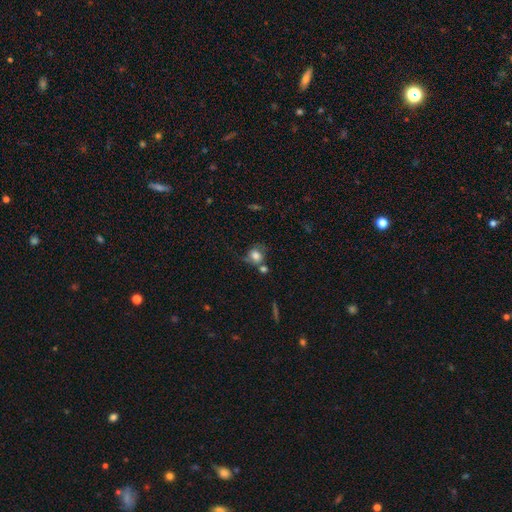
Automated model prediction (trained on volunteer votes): Smooth or featured: smooth — 74% (featured or disk — 15%)
How rounded: round — 68% (in between — 31%)
Merging: none — 43% (minor disturbance — 22%)